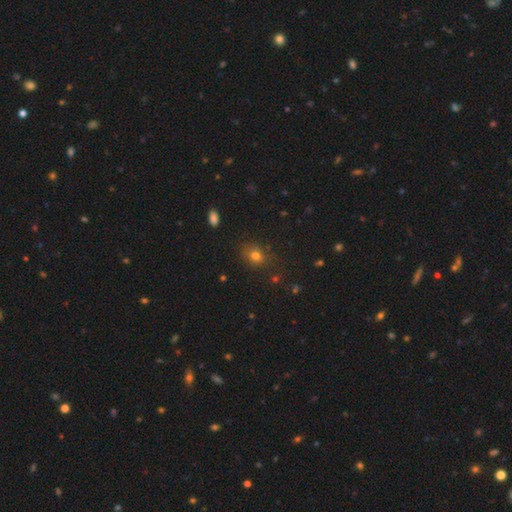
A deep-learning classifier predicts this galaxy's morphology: Overall: smooth (75%). How rounded: round (58%; in between 41%). Merging: none (77%).